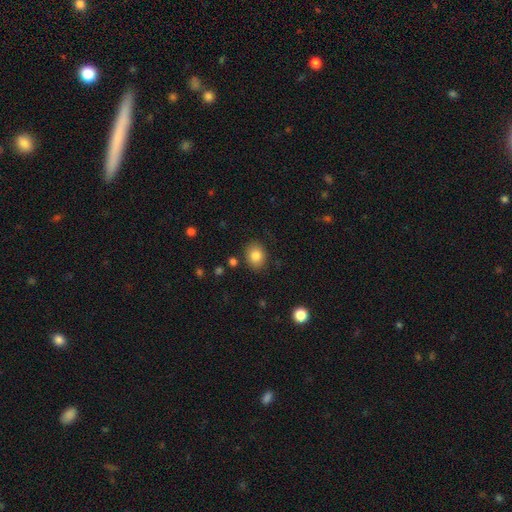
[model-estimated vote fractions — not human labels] Smooth or featured? Predicted: smooth (p=0.82). How rounded? Predicted: round (p=0.59). Merging? Predicted: none (p=0.86).